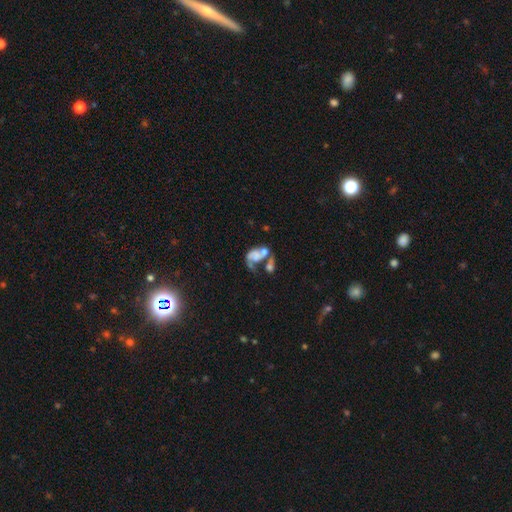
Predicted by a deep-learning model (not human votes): Morphology: type=featured or disk (53%); edge-on=no (97%); bar=no (83%); spiral arms=no (52%); bulge=none (54%); merging=merger (48%).